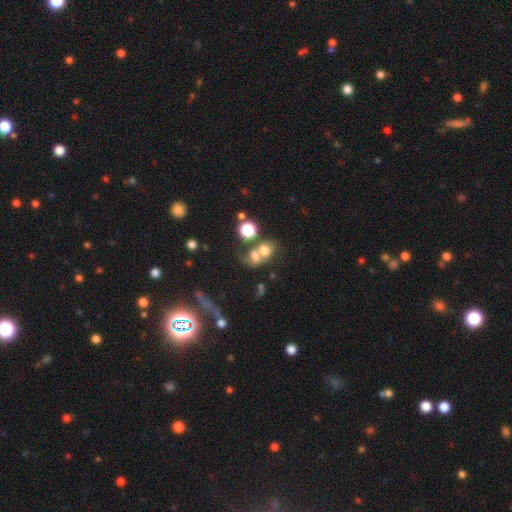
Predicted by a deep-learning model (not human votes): Smooth or featured? Predicted: smooth (p=0.60). How rounded? Predicted: round (p=0.56). Merging? Predicted: merger (p=0.58).